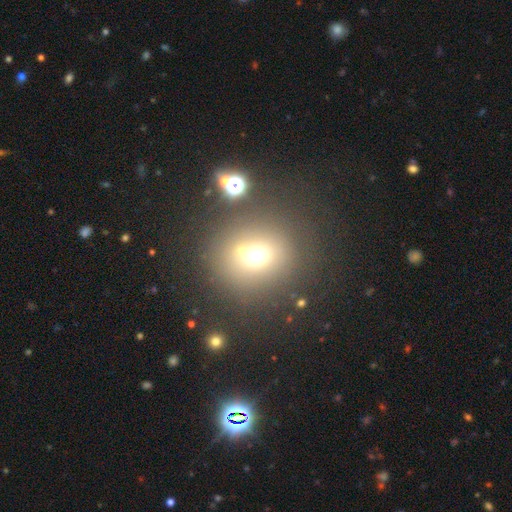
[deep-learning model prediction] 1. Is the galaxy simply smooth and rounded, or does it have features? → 63% smooth, 23% star or artifact, 14% featured or disk.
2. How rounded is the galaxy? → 82% round, 17% in between, 1% cigar-shaped.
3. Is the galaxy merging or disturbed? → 65% none, 18% merger, 10% minor disturbance, 7% major disturbance.